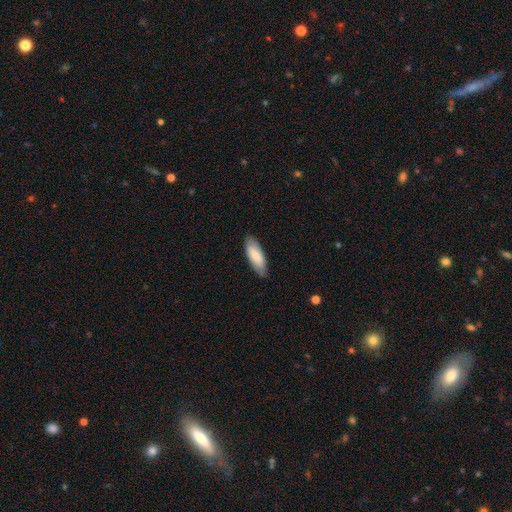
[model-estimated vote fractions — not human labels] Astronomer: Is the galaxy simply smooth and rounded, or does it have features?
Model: smooth — 78%.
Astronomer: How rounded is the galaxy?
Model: in between — 66%.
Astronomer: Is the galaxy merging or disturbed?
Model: none — 83%.